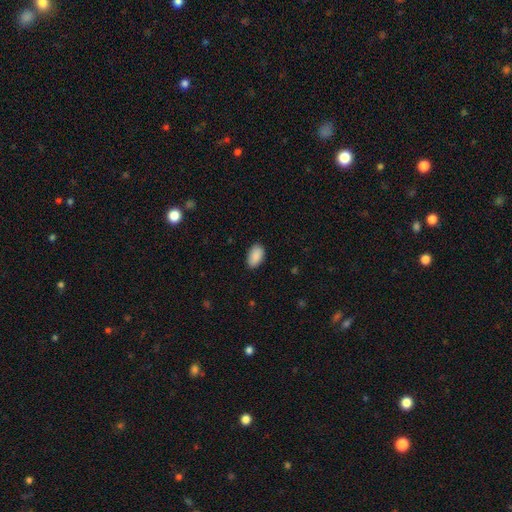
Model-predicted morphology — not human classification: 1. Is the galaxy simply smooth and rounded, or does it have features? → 90% smooth, 7% star or artifact, 4% featured or disk.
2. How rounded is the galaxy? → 94% in between, 5% round, 2% cigar-shaped.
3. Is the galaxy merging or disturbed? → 86% none, 11% minor disturbance, 2% major disturbance, 1% merger.